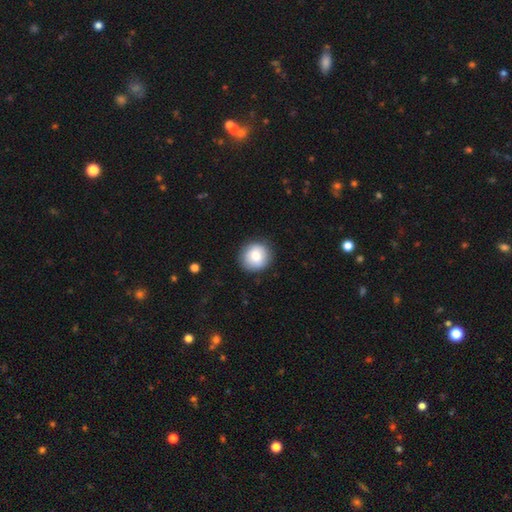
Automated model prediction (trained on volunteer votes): Smooth or featured? Predicted: smooth (p=0.78). How rounded? Predicted: round (p=0.92). Merging? Predicted: none (p=0.88).